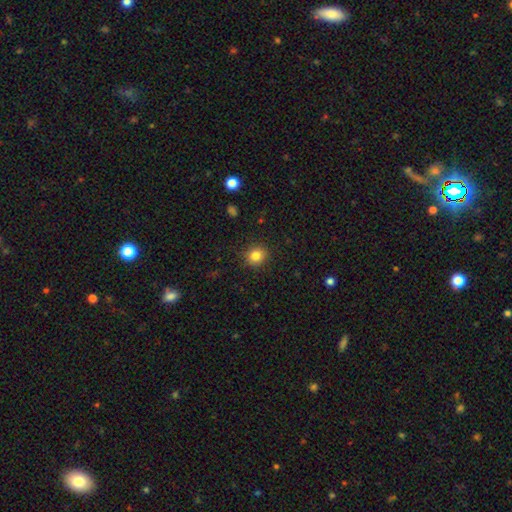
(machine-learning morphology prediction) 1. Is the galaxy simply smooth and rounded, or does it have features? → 83% smooth, 11% star or artifact, 6% featured or disk.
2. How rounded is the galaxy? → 84% round, 15% in between, 1% cigar-shaped.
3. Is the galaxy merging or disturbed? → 89% none, 8% minor disturbance, 2% major disturbance, 1% merger.